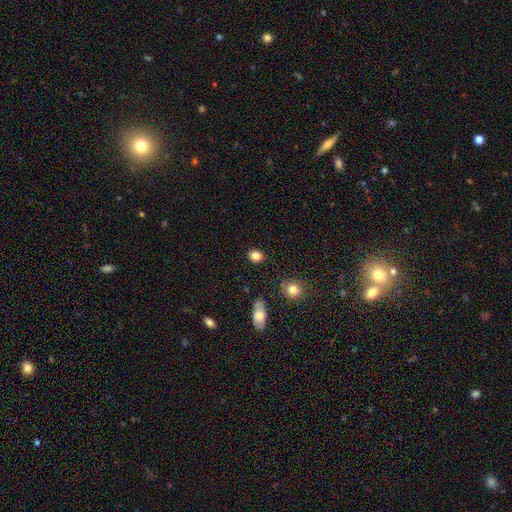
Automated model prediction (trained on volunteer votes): Overall: smooth (84%). How rounded: round (57%; in between 42%). Merging: none (87%).